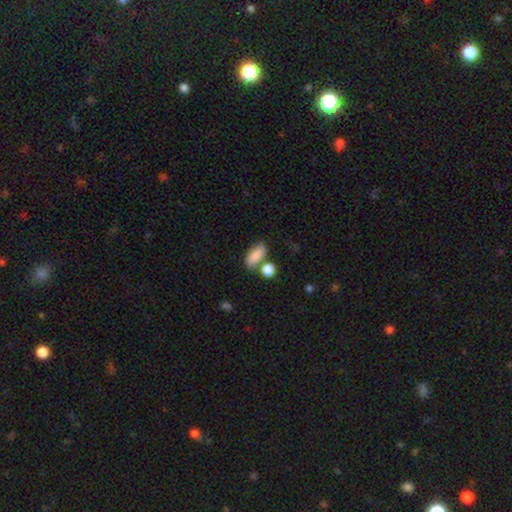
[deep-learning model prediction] smooth_or_featured: smooth (p=0.84) [alt: featured or disk p=0.09]
how_rounded: in between (p=0.83) [alt: round p=0.09]
merging: none (p=0.58) [alt: merger p=0.23]